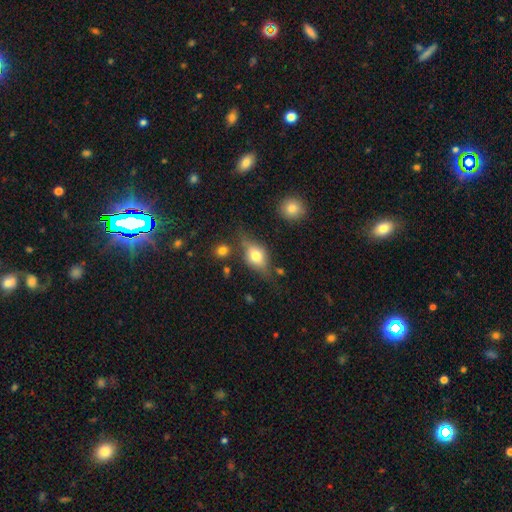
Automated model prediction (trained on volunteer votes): A smooth galaxy with no disk features (58%) that is in between round and cigar-shaped (74%). Merging: none (62%).